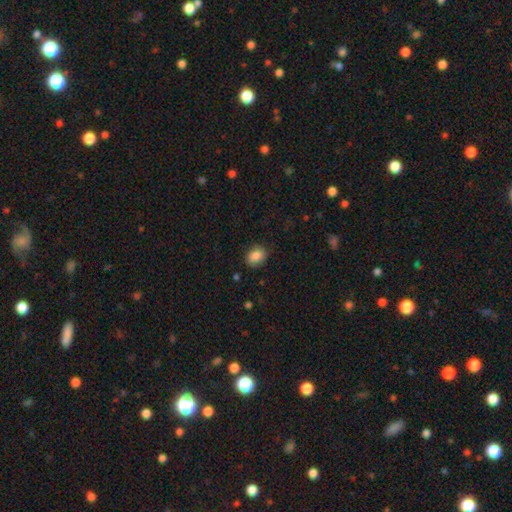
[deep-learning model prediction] smooth_or_featured: smooth (p=0.85) [alt: star or artifact p=0.08]
how_rounded: in between (p=0.66) [alt: round p=0.33]
merging: none (p=0.81) [alt: minor disturbance p=0.15]